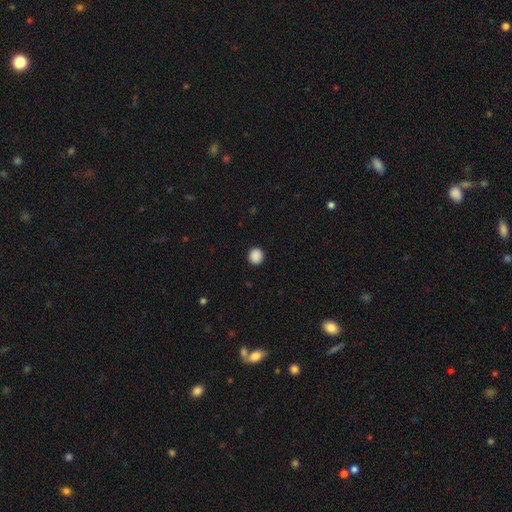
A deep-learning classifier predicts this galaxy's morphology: Smooth or featured? smooth (89%)
How rounded? round (91%)
Merging? none (92%)